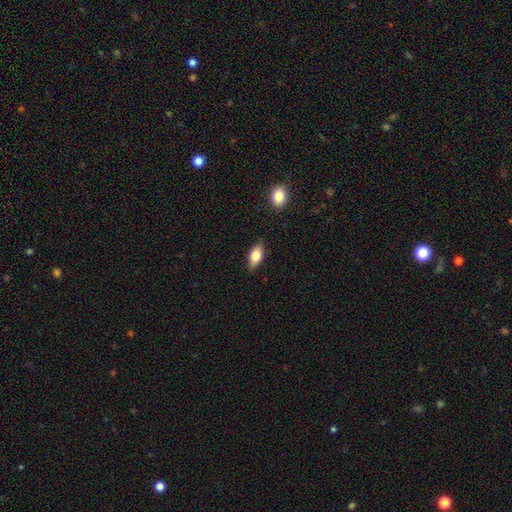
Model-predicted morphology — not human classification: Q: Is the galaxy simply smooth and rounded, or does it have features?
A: smooth — 76%.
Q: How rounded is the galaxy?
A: in between — 86%.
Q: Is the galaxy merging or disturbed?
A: none — 85%.